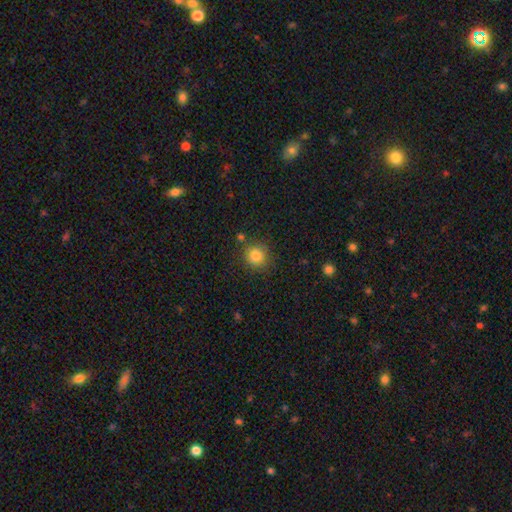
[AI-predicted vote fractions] A smooth galaxy with no disk features (83%) that is round (91%).

Vote fractions:
- Smooth or featured? smooth: 83% / star or artifact: 11% / featured or disk: 6%
- How rounded? round: 91% / in between: 8% / cigar-shaped: 1%
- Merging? none: 83% / minor disturbance: 10% / merger: 5% / major disturbance: 3%